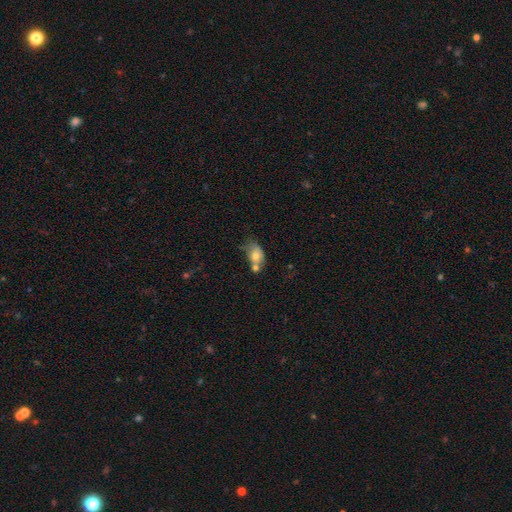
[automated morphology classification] smooth 70%, featured or disk 21%, star or artifact 9%. Down the decision tree: how rounded — in between (78%); merging — merger (40%).